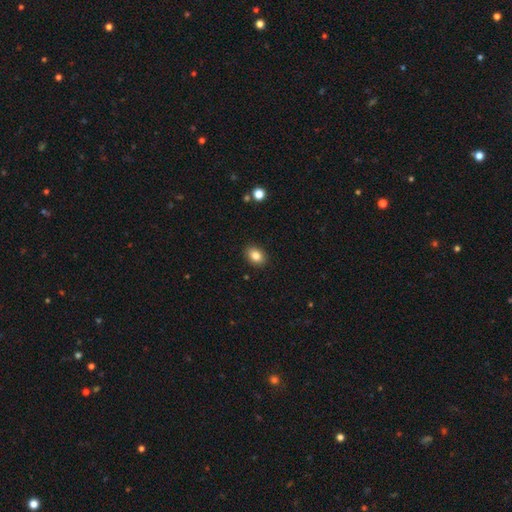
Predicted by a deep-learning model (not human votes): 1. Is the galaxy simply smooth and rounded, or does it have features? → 85% smooth, 9% star or artifact, 6% featured or disk.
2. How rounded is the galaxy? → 73% in between, 26% round, 1% cigar-shaped.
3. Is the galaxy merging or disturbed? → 90% none, 7% minor disturbance, 2% major disturbance, 1% merger.